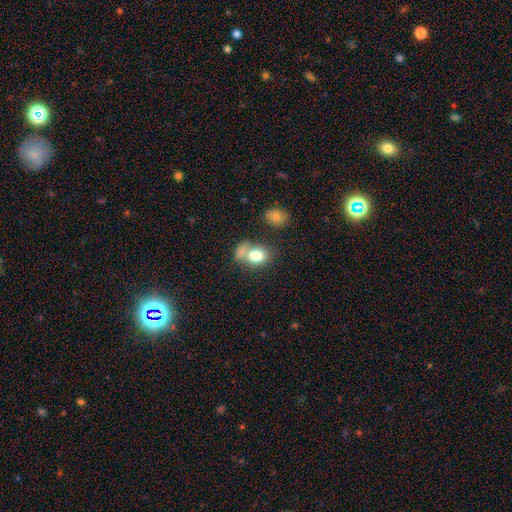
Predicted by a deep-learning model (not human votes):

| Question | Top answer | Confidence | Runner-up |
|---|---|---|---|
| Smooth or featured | smooth | 77% | featured or disk (14%) |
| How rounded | in between | 66% | round (33%) |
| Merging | none | 38% | merger (33%) |